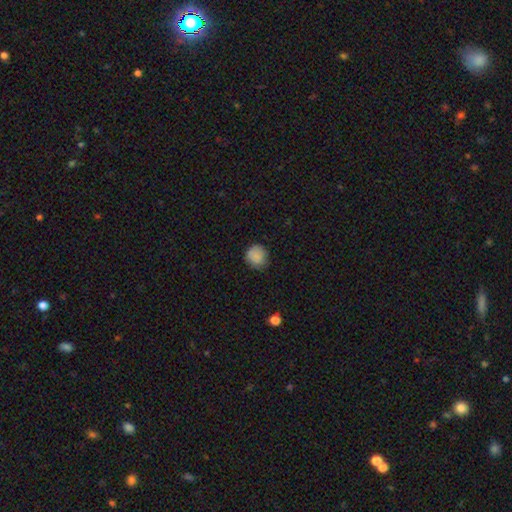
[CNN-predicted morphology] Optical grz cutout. It shows a smooth galaxy with no disk features (87%) that is round (87%). Merging: none (81%).